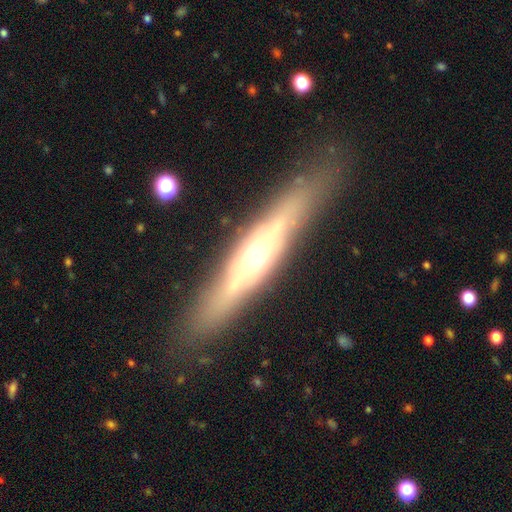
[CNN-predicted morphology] The model was most divided on "smooth or featured": featured or disk: 65%, smooth: 28%, star or artifact: 7%. More confident: edge-on disk — yes (82%); merging — none (80%); edge-on bulge — rounded (78%).